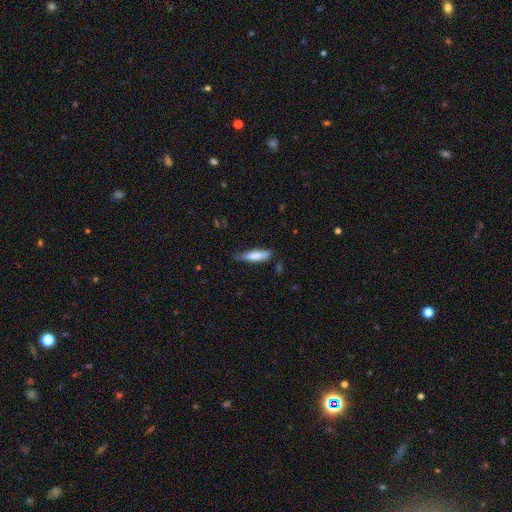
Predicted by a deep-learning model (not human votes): This appears to be a smooth galaxy with no disk features (77%) that is cigar-shaped (70%). Merging: none (58%).